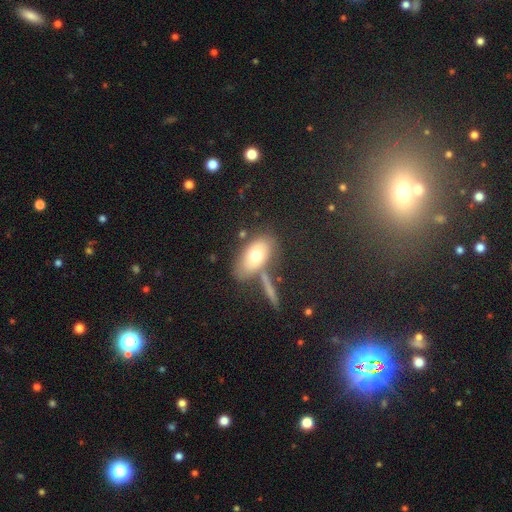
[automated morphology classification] The model was most divided on "merging": none: 59%, merger: 19%, minor disturbance: 15%, major disturbance: 7%. More confident: how rounded — in between (87%); smooth or featured — smooth (68%).